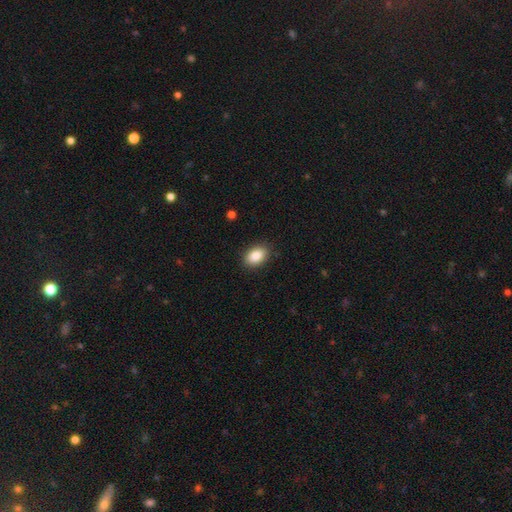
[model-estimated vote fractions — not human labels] Smooth or featured?
  - smooth: 88% *
  - star or artifact: 8%
  - featured or disk: 4%
How rounded?
  - in between: 87% *
  - round: 12%
  - cigar-shaped: 1%
Merging?
  - none: 87% *
  - minor disturbance: 9%
  - major disturbance: 2%
  - merger: 1%